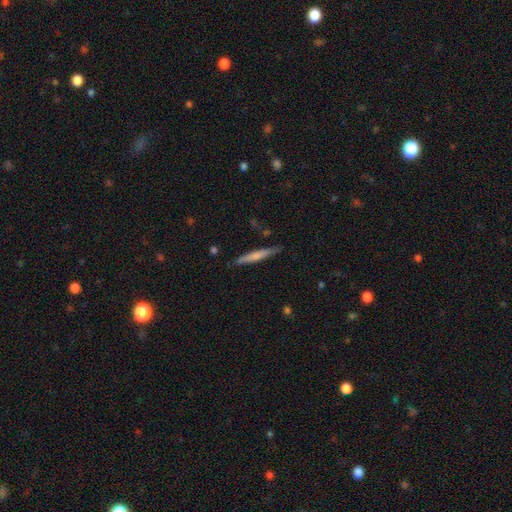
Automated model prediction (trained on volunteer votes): This is possibly a smooth galaxy (59%). How rounded: clearly cigar-shaped (95%). Merging: clearly none (86%).